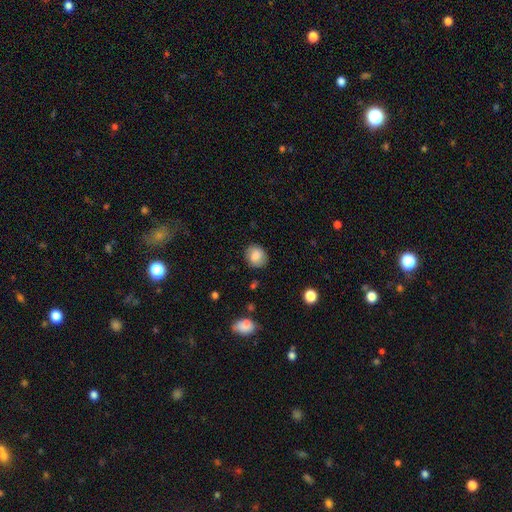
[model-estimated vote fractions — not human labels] This is clearly a smooth galaxy (83%). How rounded: likely round (73%). Merging: clearly none (84%).